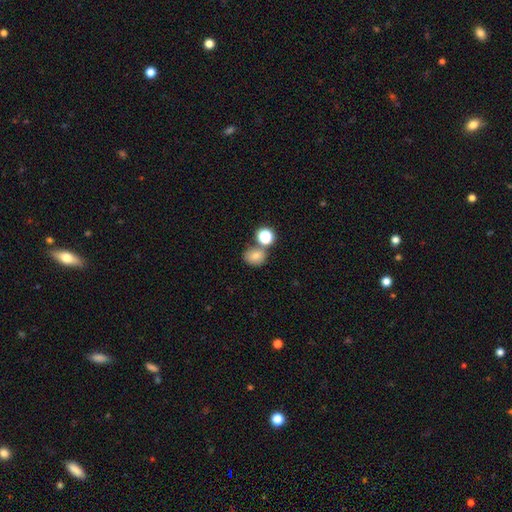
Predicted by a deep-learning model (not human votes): Overall: smooth (76%). How rounded: round (57%; in between 42%). Merging: none (58%; merger 27%).